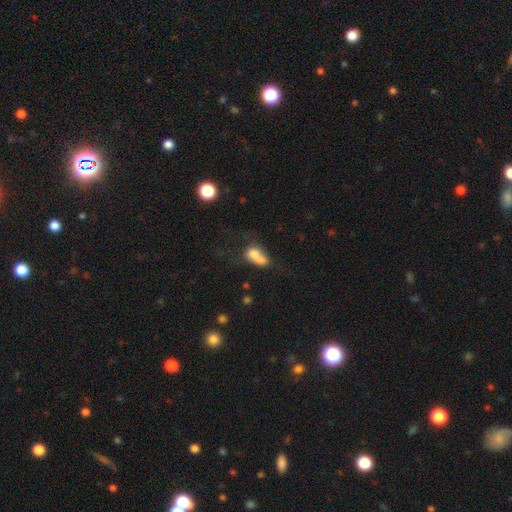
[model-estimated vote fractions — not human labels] Smooth or featured? smooth (69%)
How rounded? in between (77%)
Merging? merger (46%)